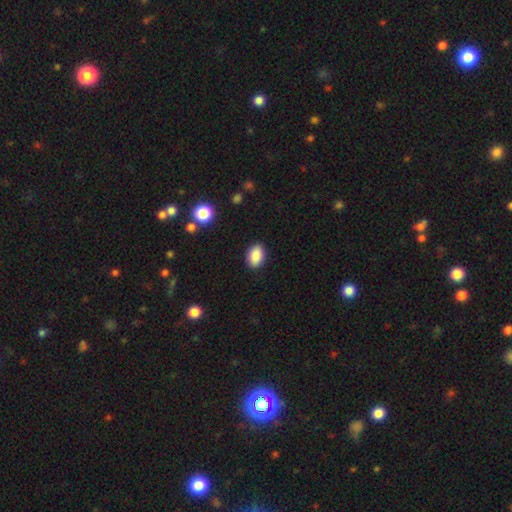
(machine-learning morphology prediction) smooth-or-featured: smooth: 88% | star or artifact: 8% | featured or disk: 4%
  how-rounded: in between: 84% | round: 14% | cigar-shaped: 1%
  merging: none: 89% | minor disturbance: 8% | major disturbance: 2% | merger: 1%